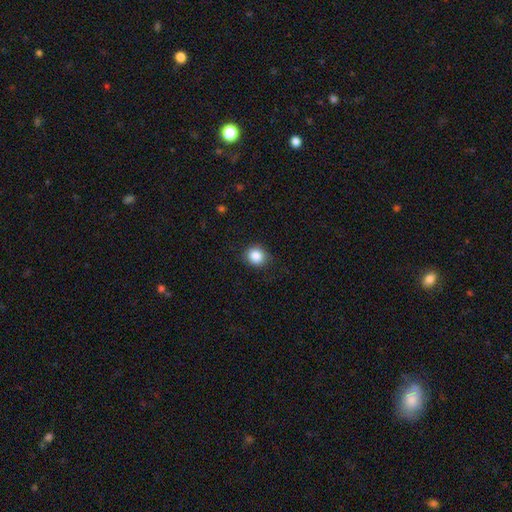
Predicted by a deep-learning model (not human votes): Q: Smooth or featured?
A: smooth (86%); runner-up: star or artifact (10%)
Q: How rounded?
A: round (81%); runner-up: in between (18%)
Q: Merging?
A: none (83%); runner-up: minor disturbance (13%)